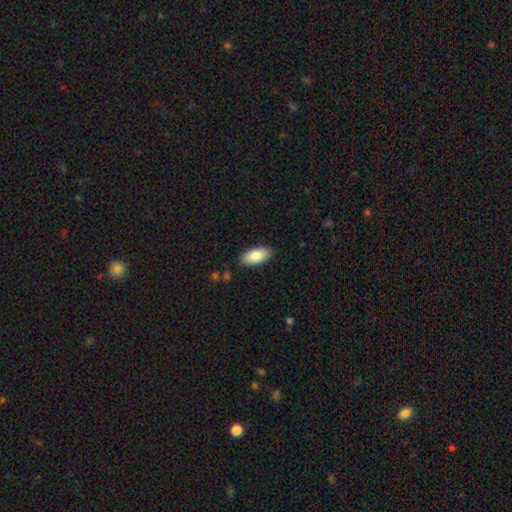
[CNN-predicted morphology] Smooth or featured?
  - smooth: 85% *
  - featured or disk: 9%
  - star or artifact: 6%
How rounded?
  - in between: 90% *
  - cigar-shaped: 8%
  - round: 2%
Merging?
  - none: 85% *
  - minor disturbance: 12%
  - major disturbance: 2%
  - merger: 1%